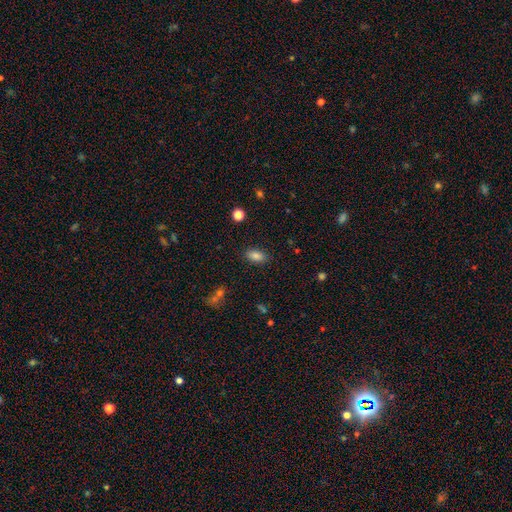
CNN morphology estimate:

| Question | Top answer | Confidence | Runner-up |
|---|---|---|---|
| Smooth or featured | smooth | 86% | star or artifact (9%) |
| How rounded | in between | 90% | cigar-shaped (5%) |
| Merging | none | 87% | minor disturbance (9%) |